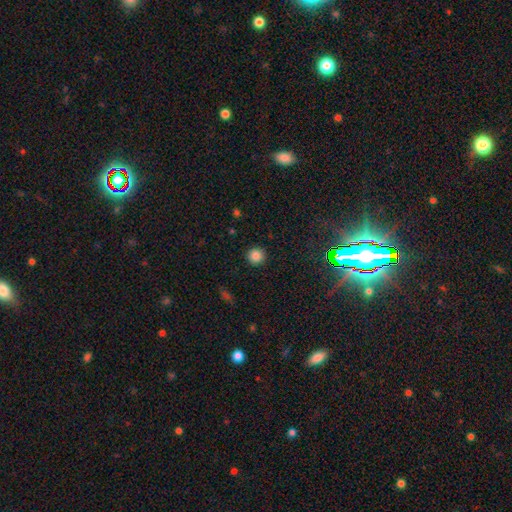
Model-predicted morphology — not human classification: Smooth or featured?
  - smooth: 84% *
  - star or artifact: 12%
  - featured or disk: 4%
How rounded?
  - round: 95% *
  - in between: 4%
  - cigar-shaped: 1%
Merging?
  - none: 92% *
  - minor disturbance: 5%
  - major disturbance: 2%
  - merger: 1%